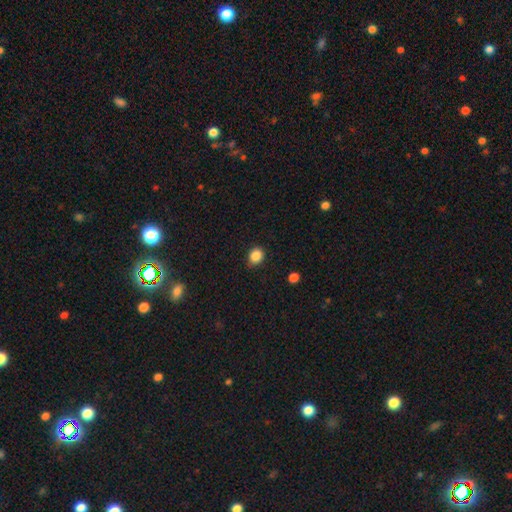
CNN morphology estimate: This is clearly a smooth galaxy (86%). How rounded: likely round (67%). Merging: clearly none (82%).